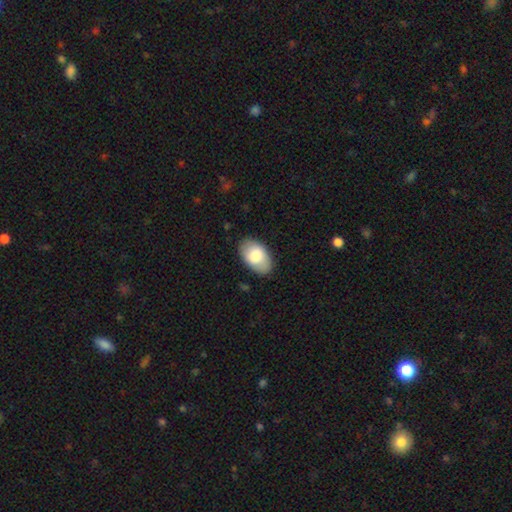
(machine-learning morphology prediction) This appears to be a smooth galaxy with no disk features (80%) that is in between round and cigar-shaped (94%). Merging: none (84%).